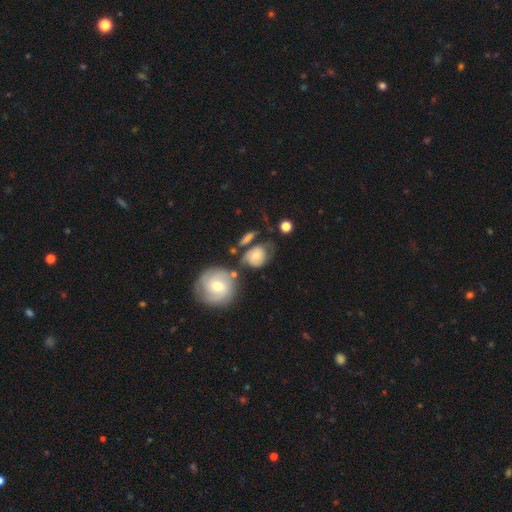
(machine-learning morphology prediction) The model was most divided on "how rounded": round: 55%, in between: 43%, cigar-shaped: 2%. Remaining: smooth or featured — smooth (54%); merging — none (42%).